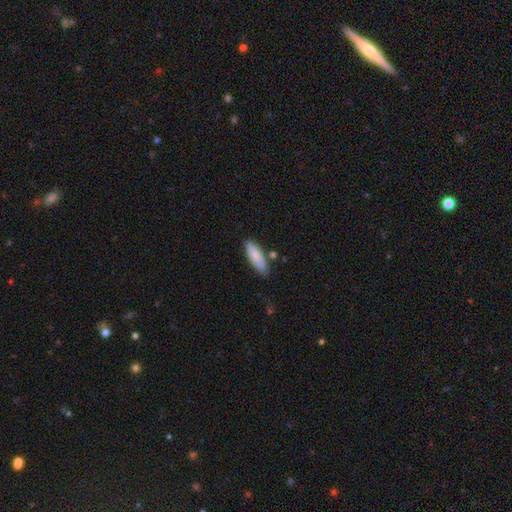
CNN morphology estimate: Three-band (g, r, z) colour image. It shows a smooth galaxy with no disk features (83%) that is in between round and cigar-shaped (63%). Merging: none (75%).